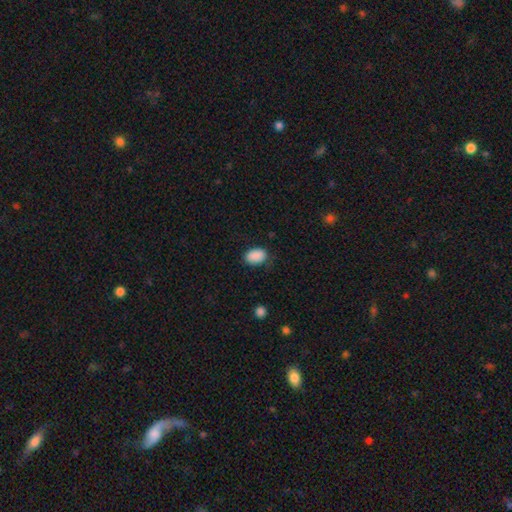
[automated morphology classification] This is clearly a smooth galaxy (89%). How rounded: clearly in between (81%). Merging: likely none (77%).